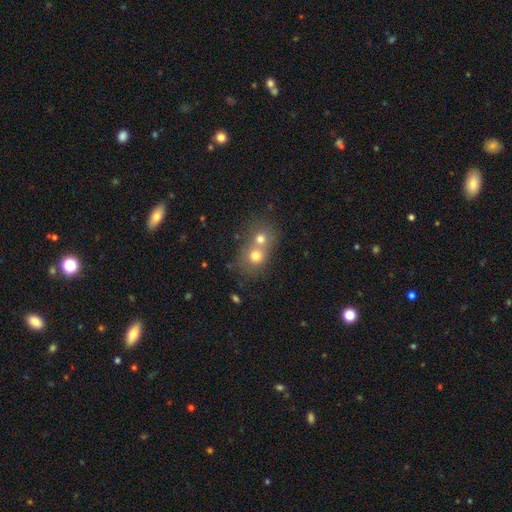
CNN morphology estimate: Smooth or featured? Predicted: smooth (p=0.70). How rounded? Predicted: round (p=0.76). Merging? Predicted: merger (p=0.64).